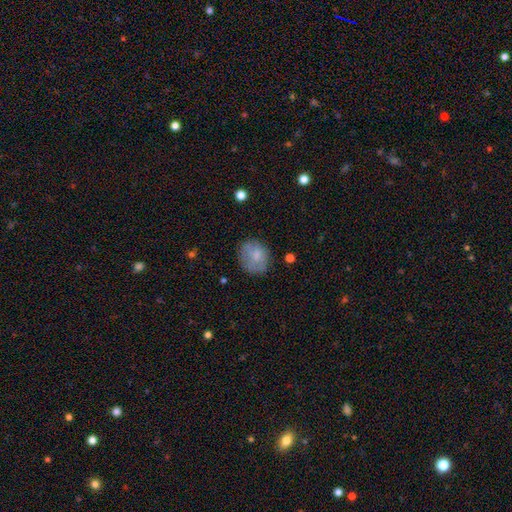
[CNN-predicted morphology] Smooth or featured: smooth — 72% (featured or disk — 20%)
How rounded: round — 74% (in between — 25%)
Merging: none — 68% (minor disturbance — 21%)